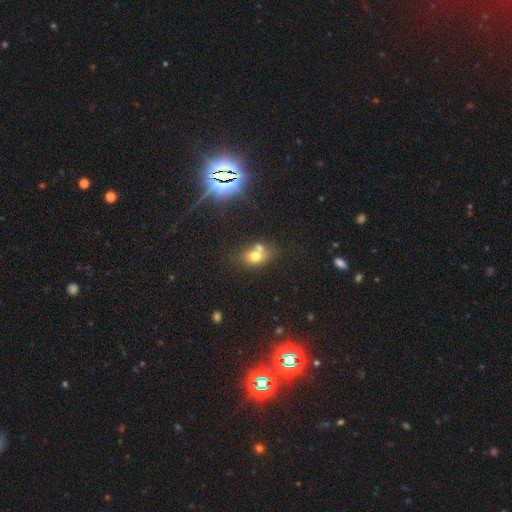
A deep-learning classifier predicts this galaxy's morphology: Q: Smooth or featured?
A: smooth (68%); runner-up: featured or disk (17%)
Q: How rounded?
A: in between (56%); runner-up: round (43%)
Q: Merging?
A: merger (45%); runner-up: none (40%)